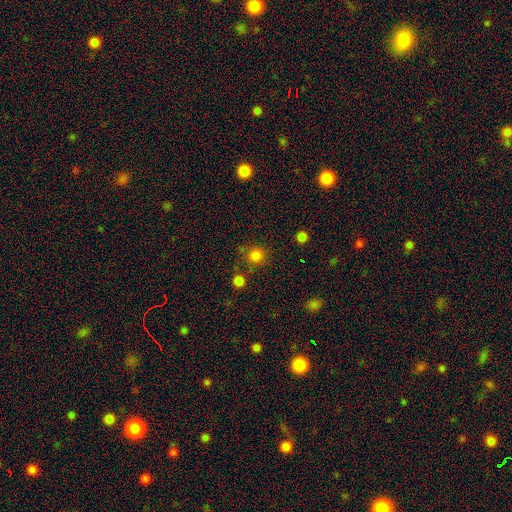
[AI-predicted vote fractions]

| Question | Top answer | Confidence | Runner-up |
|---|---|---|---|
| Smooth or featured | smooth | 81% | star or artifact (15%) |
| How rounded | round | 93% | in between (6%) |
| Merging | none | 76% | minor disturbance (10%) |